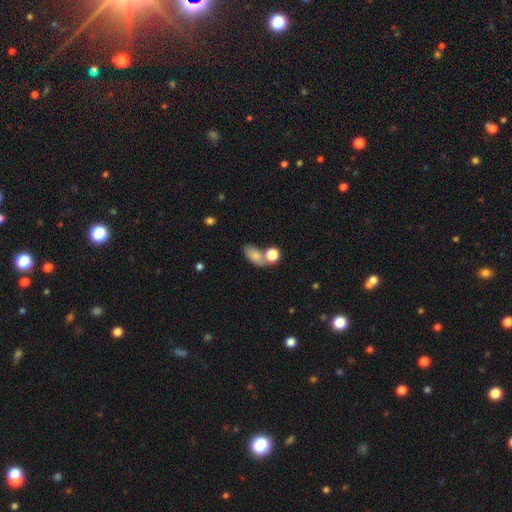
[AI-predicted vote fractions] Smooth or featured? Predicted: smooth (p=0.78). How rounded? Predicted: in between (p=0.84). Merging? Predicted: none (p=0.46).